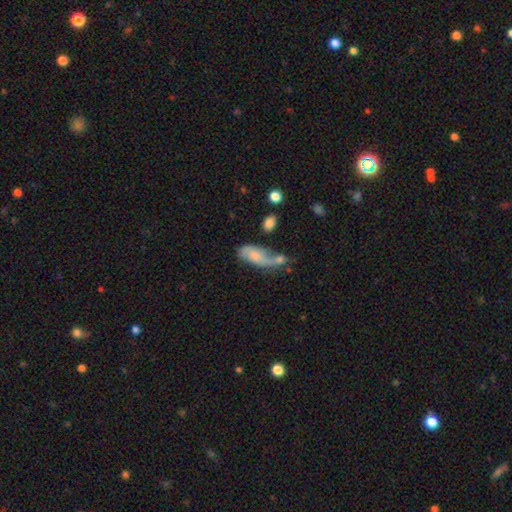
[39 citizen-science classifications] smooth_or_featured: featured or disk (p=0.49) [alt: smooth p=0.46]
disk_edge_on: no (p=0.95) [alt: yes p=0.05]
bar: no (p=0.83) [alt: weak p=0.11]
has_spiral_arms: yes (p=0.61) [alt: no p=0.39]
spiral_winding: loose (p=0.73) [alt: medium p=0.18]
spiral_arm_count: 1 (p=0.45) [alt: 2 p=0.36]
bulge_size: moderate (p=0.56) [alt: large p=0.22]
merging: merger (p=0.59) [alt: major disturbance p=0.19]